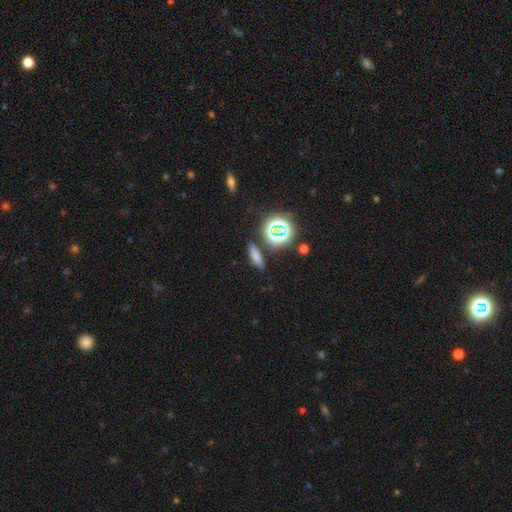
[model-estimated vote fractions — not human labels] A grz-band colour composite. It shows a smooth galaxy with no disk features (65%) that is cigar-shaped (61%). Merging: none (84%).